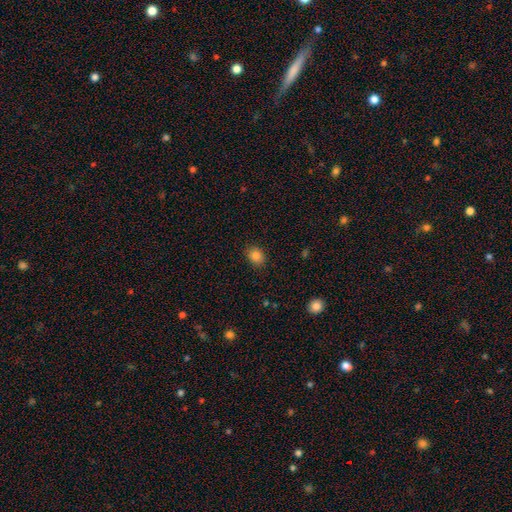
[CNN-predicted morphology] type=smooth (84%); roundness=in between (56%); merging=none (88%).